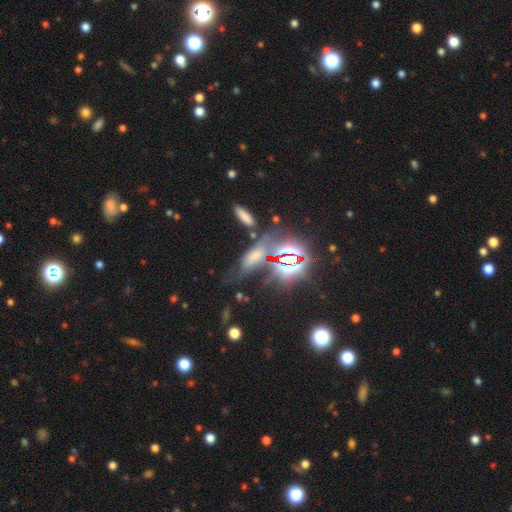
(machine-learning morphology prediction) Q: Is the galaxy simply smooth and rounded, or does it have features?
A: smooth — 46%.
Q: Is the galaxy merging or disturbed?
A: none — 52%.